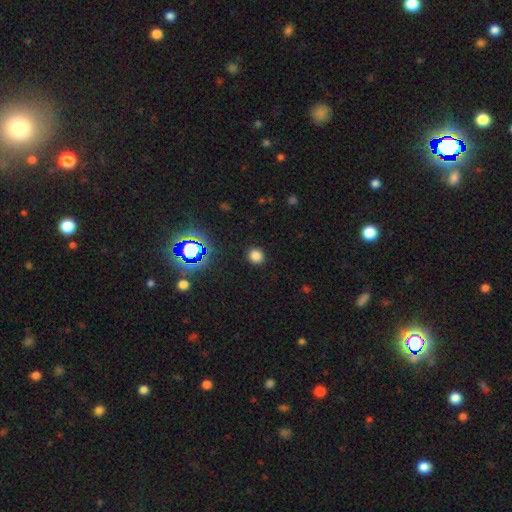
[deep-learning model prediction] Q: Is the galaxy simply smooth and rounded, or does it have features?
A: smooth — 76%.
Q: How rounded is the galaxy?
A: round — 84%.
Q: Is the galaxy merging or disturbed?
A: none — 90%.